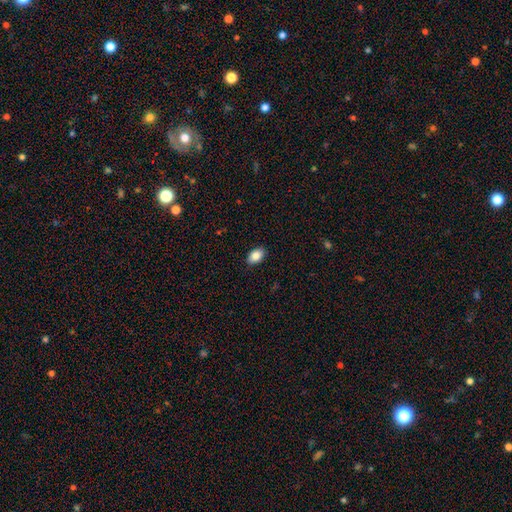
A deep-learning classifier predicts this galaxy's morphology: Smooth or featured? Predicted: smooth (p=0.85). How rounded? Predicted: in between (p=0.90). Merging? Predicted: none (p=0.89).